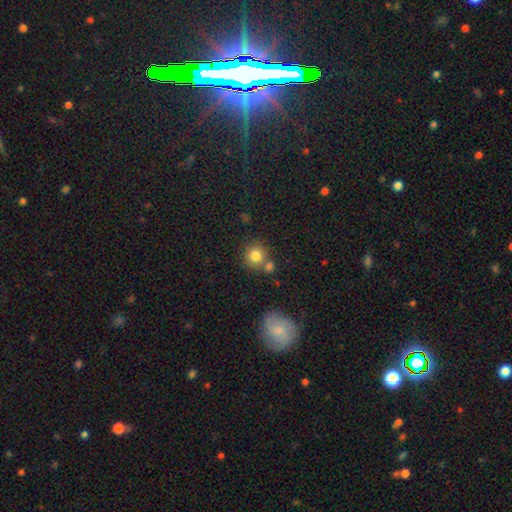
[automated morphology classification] Smooth or featured? smooth (82%)
How rounded? round (89%)
Merging? none (66%)